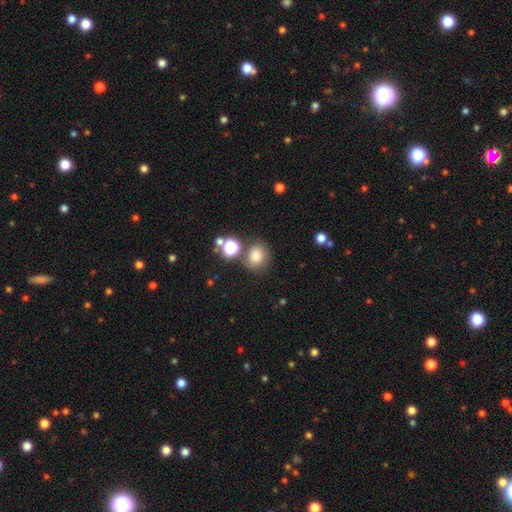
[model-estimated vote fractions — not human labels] Q: Smooth or featured?
A: smooth (78%); runner-up: star or artifact (14%)
Q: How rounded?
A: round (68%); runner-up: in between (31%)
Q: Merging?
A: none (70%); runner-up: minor disturbance (13%)